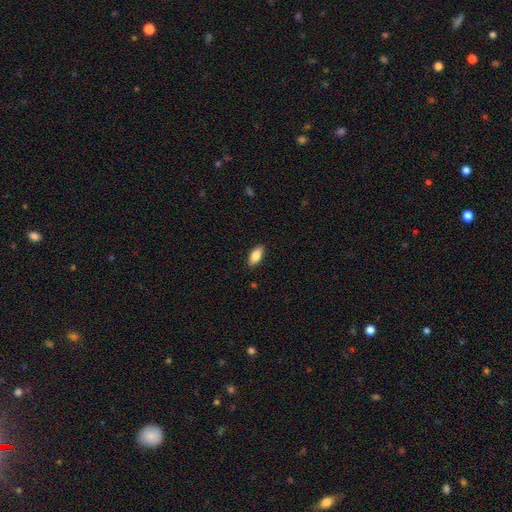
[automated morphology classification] type=smooth (83%); roundness=in between (86%); merging=none (88%).